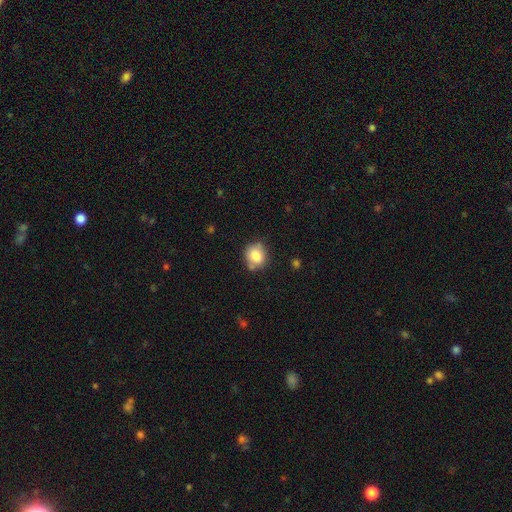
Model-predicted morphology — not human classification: smooth-or-featured: smooth: 81% | featured or disk: 11% | star or artifact: 9%
  how-rounded: round: 69% | in between: 29% | cigar-shaped: 1%
  merging: none: 68% | minor disturbance: 21% | merger: 6% | major disturbance: 4%